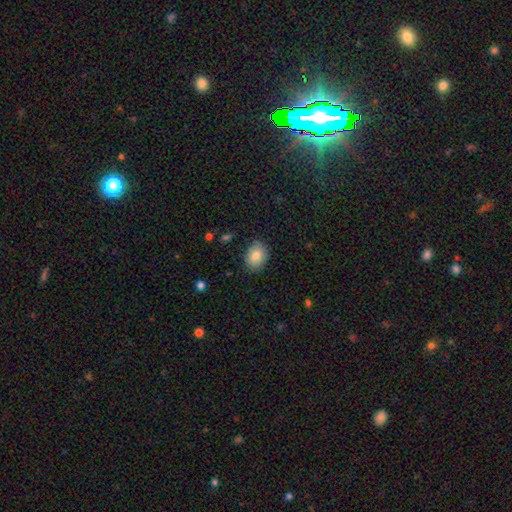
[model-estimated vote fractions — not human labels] smooth-or-featured: smooth: 84% | featured or disk: 8% | star or artifact: 7%
  how-rounded: in between: 69% | round: 30% | cigar-shaped: 1%
  merging: none: 85% | minor disturbance: 12% | major disturbance: 3% | merger: 1%